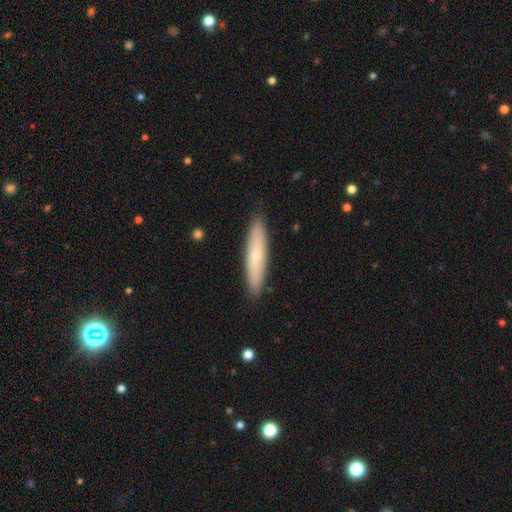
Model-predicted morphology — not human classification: Smooth or featured: smooth — 66% (featured or disk — 28%)
How rounded: cigar-shaped — 88% (in between — 11%)
Merging: none — 90% (minor disturbance — 8%)